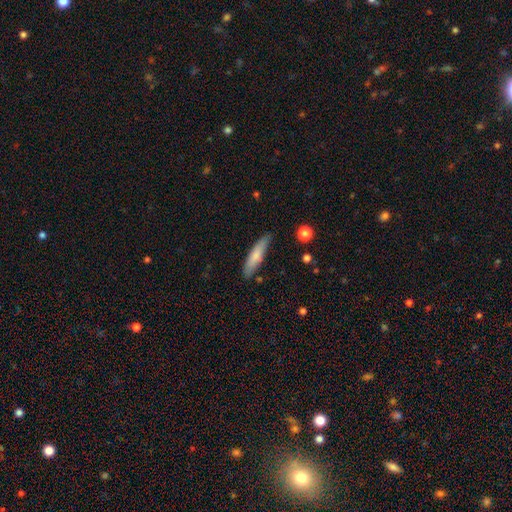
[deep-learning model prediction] Smooth or featured?
  - smooth: 73% *
  - featured or disk: 21%
  - star or artifact: 6%
How rounded?
  - cigar-shaped: 78% *
  - in between: 20%
  - round: 1%
Merging?
  - none: 81% *
  - minor disturbance: 15%
  - major disturbance: 3%
  - merger: 2%